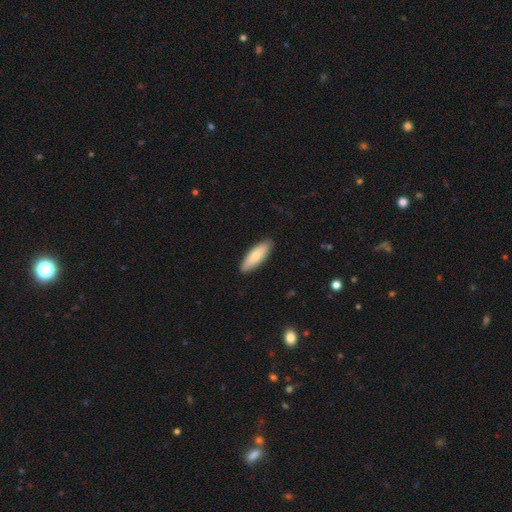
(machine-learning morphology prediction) This is likely a smooth galaxy (79%). How rounded: likely in between (63%). Merging: clearly none (87%).